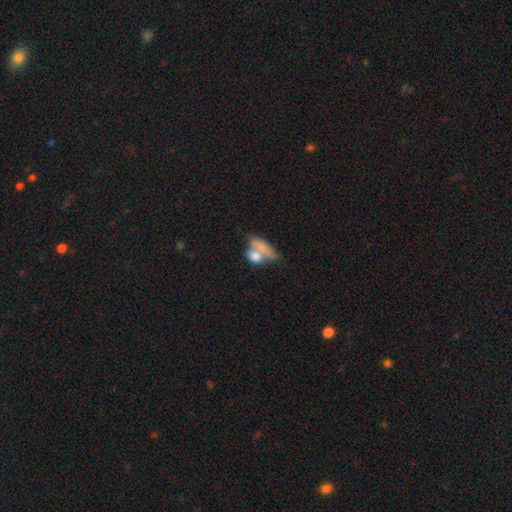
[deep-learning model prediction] smooth_or_featured: smooth (p=0.71) [alt: featured or disk p=0.21]
how_rounded: in between (p=0.71) [alt: round p=0.19]
merging: merger (p=0.57) [alt: none p=0.24]